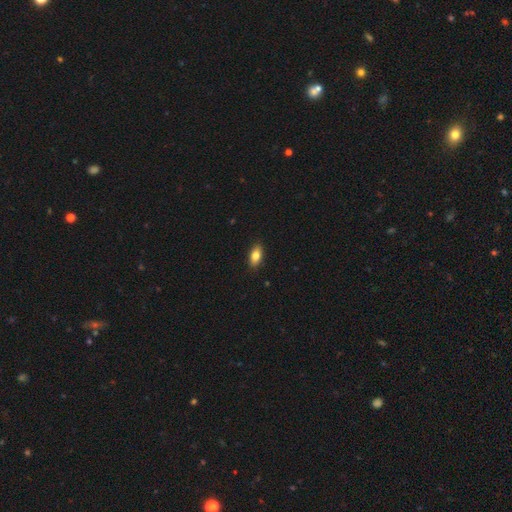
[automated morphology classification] This appears to be a smooth galaxy with no disk features (81%) that is in between round and cigar-shaped (88%). Merging: none (89%).